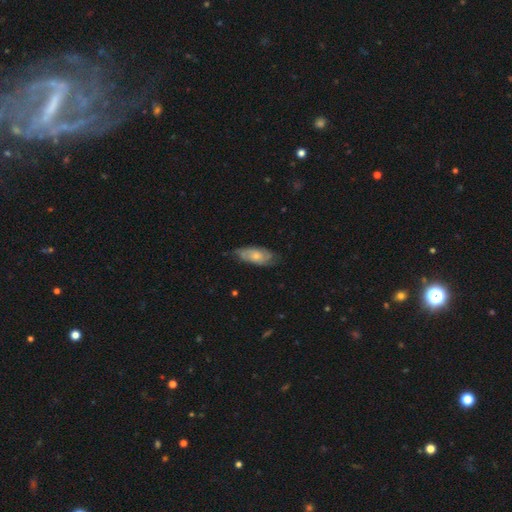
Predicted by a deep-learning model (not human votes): smooth-or-featured: featured or disk: 48% | smooth: 46% | star or artifact: 6%
  merging: none: 64% | minor disturbance: 28% | major disturbance: 7% | merger: 1%